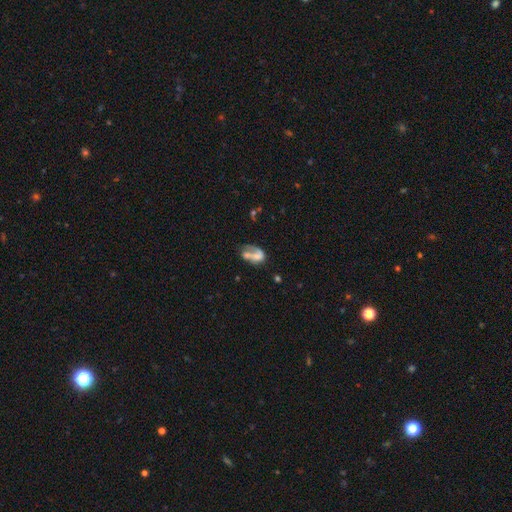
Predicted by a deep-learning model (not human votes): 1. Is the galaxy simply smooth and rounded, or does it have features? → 48% featured or disk, 41% smooth, 11% star or artifact.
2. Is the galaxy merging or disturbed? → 34% merger, 29% major disturbance, 23% none, 14% minor disturbance.